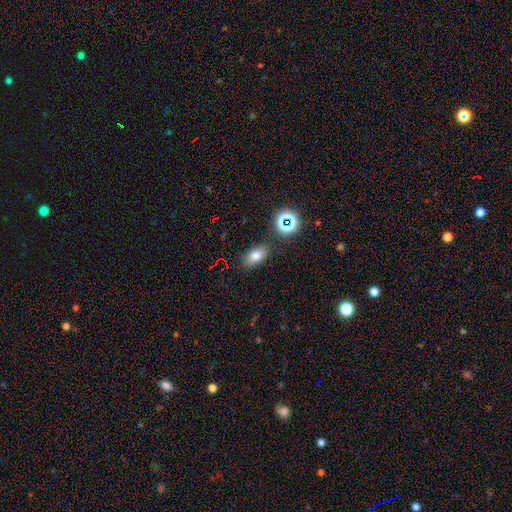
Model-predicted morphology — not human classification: Smooth or featured? smooth (73%)
How rounded? in between (85%)
Merging? none (83%)